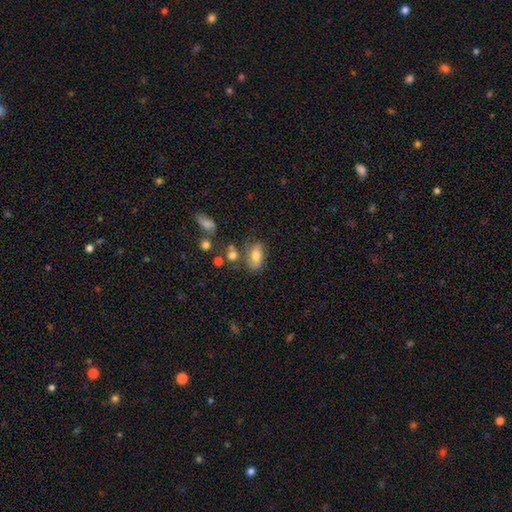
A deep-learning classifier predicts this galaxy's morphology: A smooth galaxy with no disk features (70%) that is in between round and cigar-shaped (87%).

Vote fractions:
- Smooth or featured? smooth: 70% / featured or disk: 21% / star or artifact: 9%
- How rounded? in between: 87% / round: 9% / cigar-shaped: 4%
- Merging? none: 63% / minor disturbance: 20% / merger: 10% / major disturbance: 7%